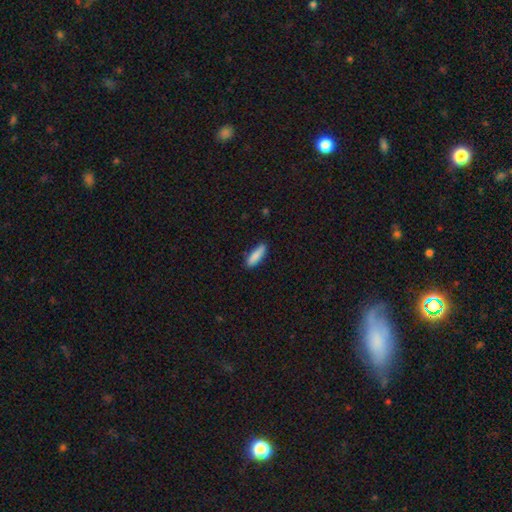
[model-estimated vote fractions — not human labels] smooth-or-featured: smooth: 87% | featured or disk: 7% | star or artifact: 6%
  how-rounded: cigar-shaped: 62% | in between: 37% | round: 2%
  merging: none: 82% | minor disturbance: 14% | major disturbance: 2% | merger: 2%